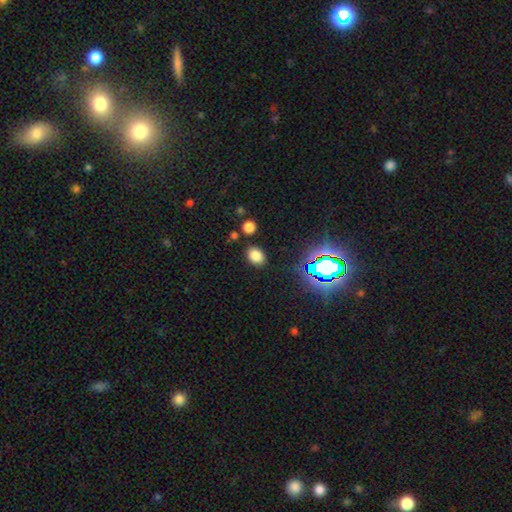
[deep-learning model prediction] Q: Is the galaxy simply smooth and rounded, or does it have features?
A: smooth — 77%.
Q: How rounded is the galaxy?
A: in between — 67%.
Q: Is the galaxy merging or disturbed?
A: none — 83%.